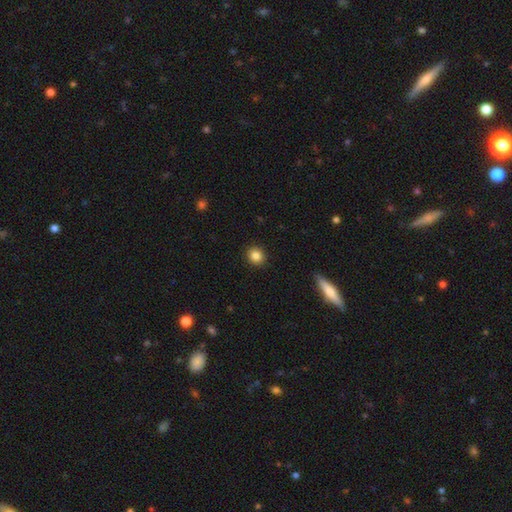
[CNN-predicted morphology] type=smooth (85%); roundness=round (83%); merging=none (92%).